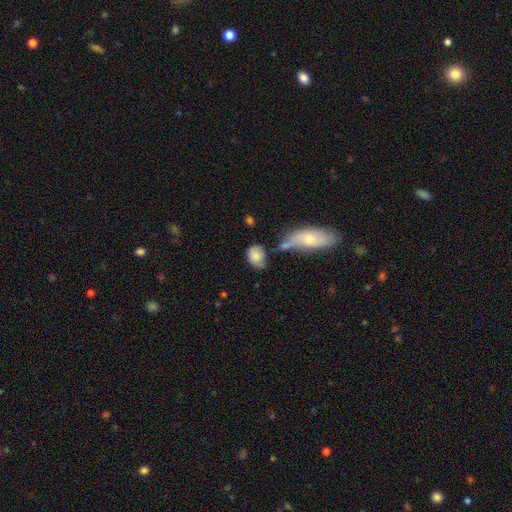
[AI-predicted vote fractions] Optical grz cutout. It shows a smooth galaxy with no disk features (78%) that is in between round and cigar-shaped (64%). Merging: none (43%).